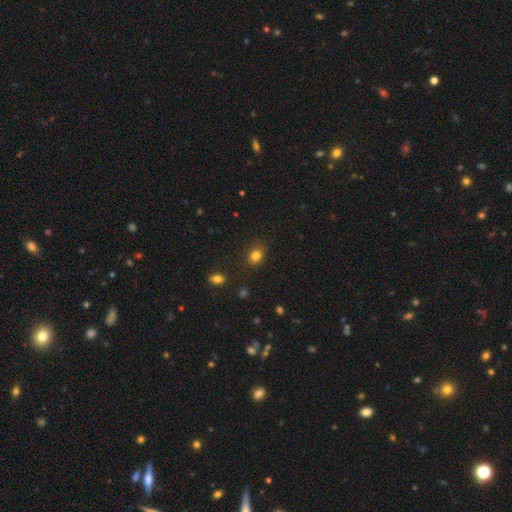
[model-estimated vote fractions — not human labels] A smooth galaxy with no disk features (81%) that is round (61%).

Vote fractions:
- Smooth or featured? smooth: 81% / star or artifact: 13% / featured or disk: 6%
- How rounded? round: 61% / in between: 38% / cigar-shaped: 1%
- Merging? none: 83% / minor disturbance: 12% / major disturbance: 3% / merger: 2%